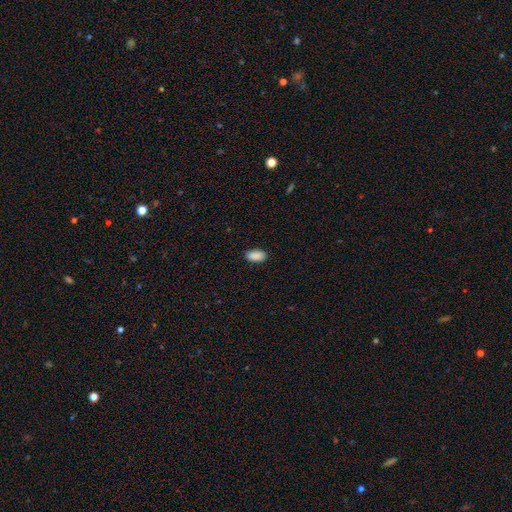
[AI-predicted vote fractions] Morphology: type=smooth (91%); roundness=in between (94%); merging=none (89%).